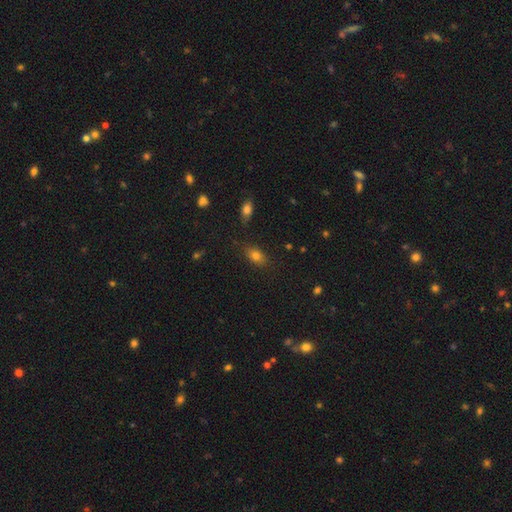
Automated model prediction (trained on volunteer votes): smooth 78%, star or artifact 12%, featured or disk 10%. Down the decision tree: how rounded — in between (81%); merging — none (80%).